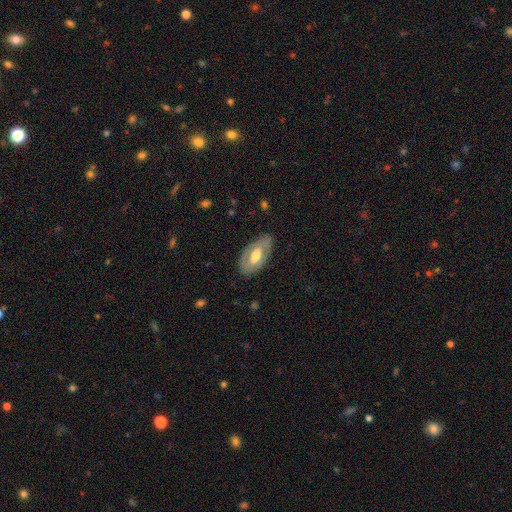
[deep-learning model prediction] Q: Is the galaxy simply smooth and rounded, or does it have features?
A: featured or disk — 57%.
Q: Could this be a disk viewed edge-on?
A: no — 88%.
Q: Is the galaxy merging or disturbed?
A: none — 77%.